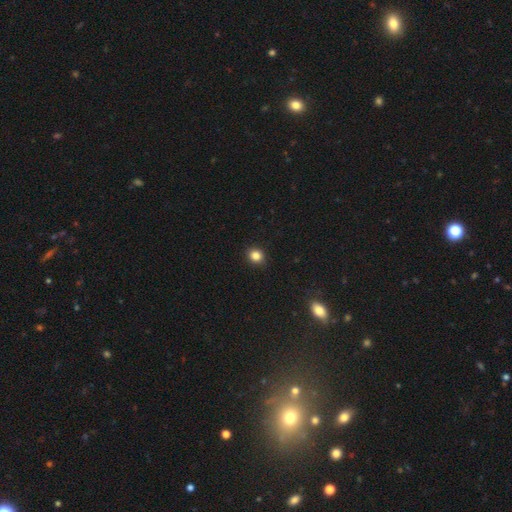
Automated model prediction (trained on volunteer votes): The model was most divided on "how rounded": round: 80%, in between: 19%, cigar-shaped: 1%. More confident: merging — none (91%); smooth or featured — smooth (84%).